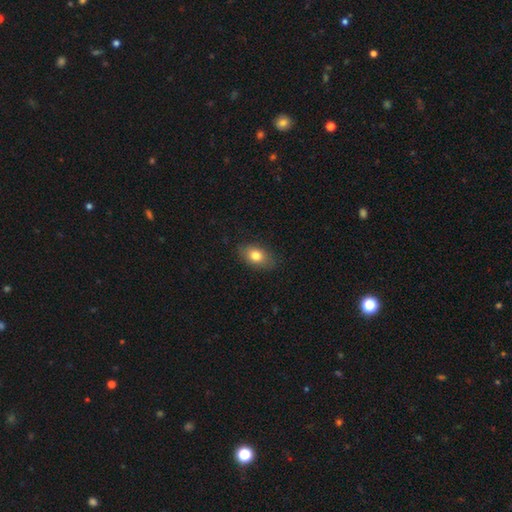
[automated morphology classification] Overall: smooth (79%). How rounded: in between (83%). Merging: none (82%).